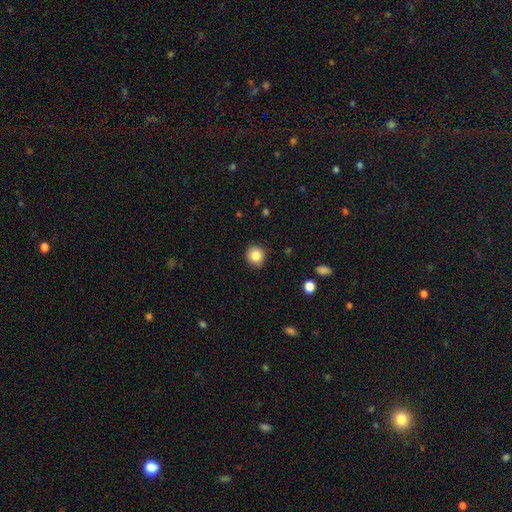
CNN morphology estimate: smooth 84%, star or artifact 10%, featured or disk 6%. Down the decision tree: how rounded — round (88%); merging — none (90%).